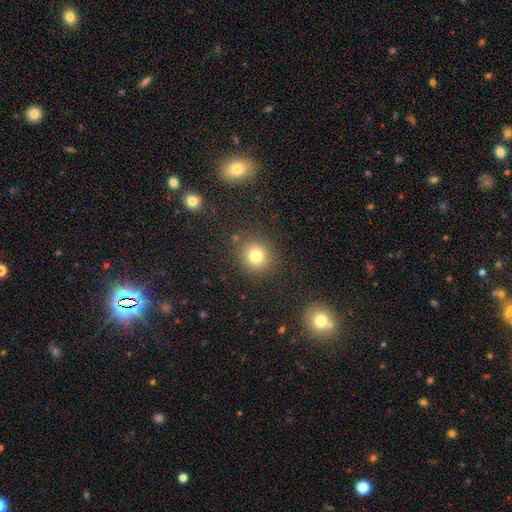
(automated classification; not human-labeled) This appears to be a smooth galaxy with no disk features (78%) that is round (87%). Merging: none (85%).